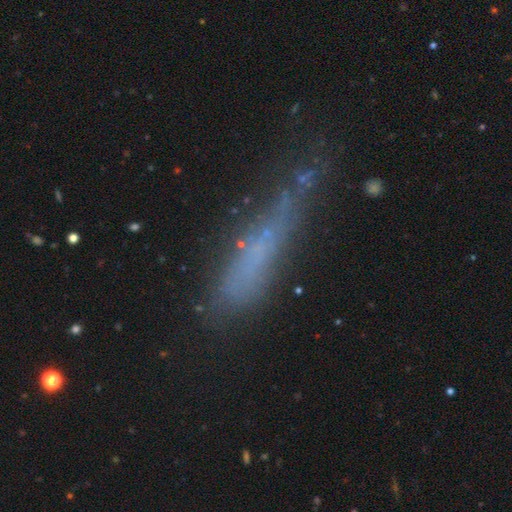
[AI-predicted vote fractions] This is possibly a smooth galaxy (49%). Merging: possibly none (45%).